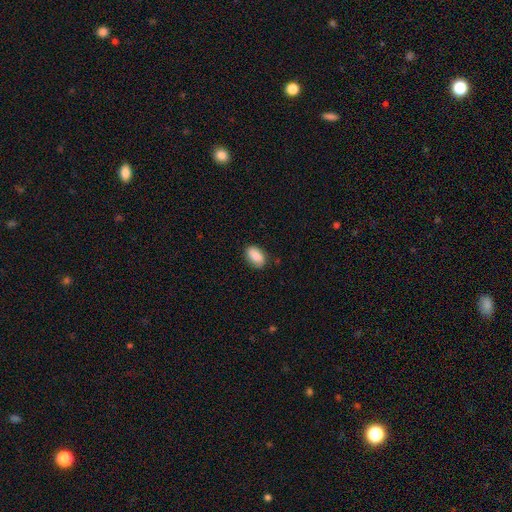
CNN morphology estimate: Smooth or featured? smooth (84%)
How rounded? in between (90%)
Merging? none (82%)